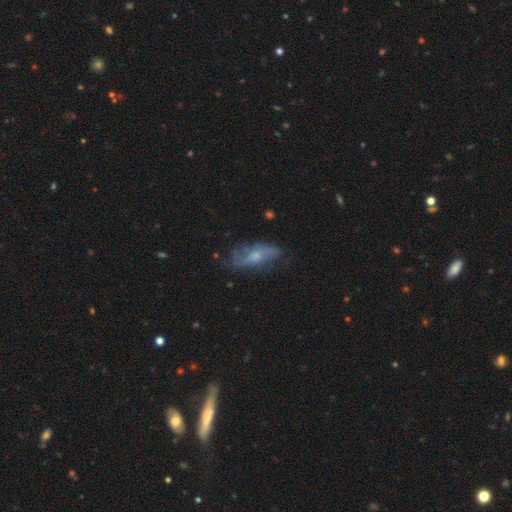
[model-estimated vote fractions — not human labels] This is likely a featured or disk galaxy (61%). It is likely not viewed edge-on (74%). Merging: likely none (61%).